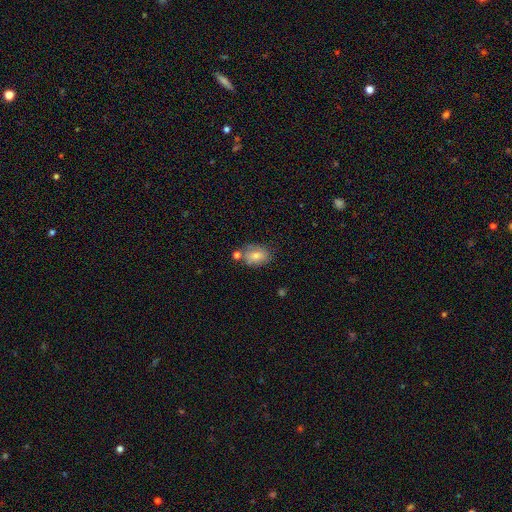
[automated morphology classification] smooth-or-featured: smooth: 65% | featured or disk: 24% | star or artifact: 11%
  how-rounded: in between: 76% | round: 23% | cigar-shaped: 2%
  merging: none: 66% | minor disturbance: 17% | merger: 12% | major disturbance: 5%